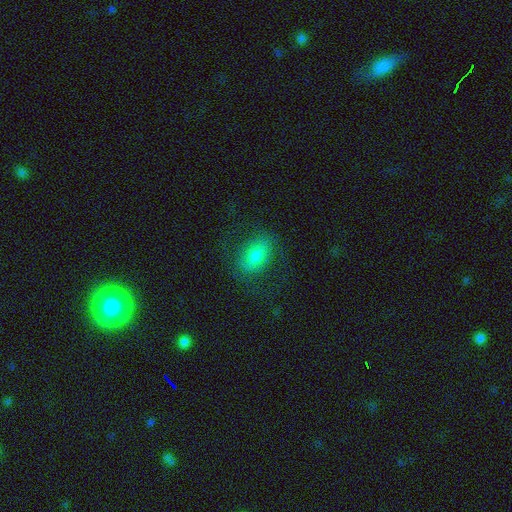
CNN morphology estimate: A smooth galaxy with no disk features (67%) that is in between round and cigar-shaped (84%). Merging: none (70%).